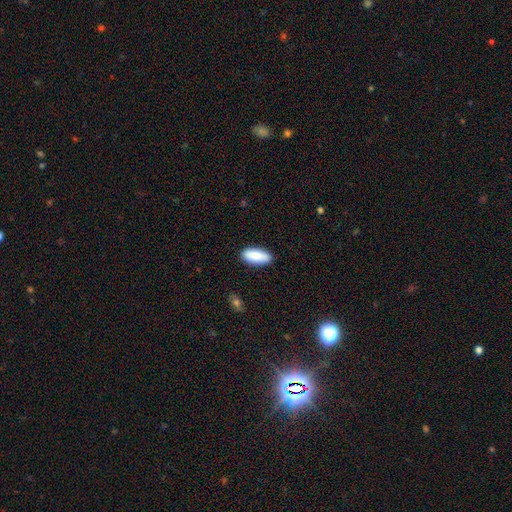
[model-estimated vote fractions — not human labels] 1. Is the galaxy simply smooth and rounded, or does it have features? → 89% smooth, 6% star or artifact, 6% featured or disk.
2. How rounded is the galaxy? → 85% in between, 13% cigar-shaped, 2% round.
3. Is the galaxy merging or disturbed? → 89% none, 8% minor disturbance, 2% major disturbance, 1% merger.